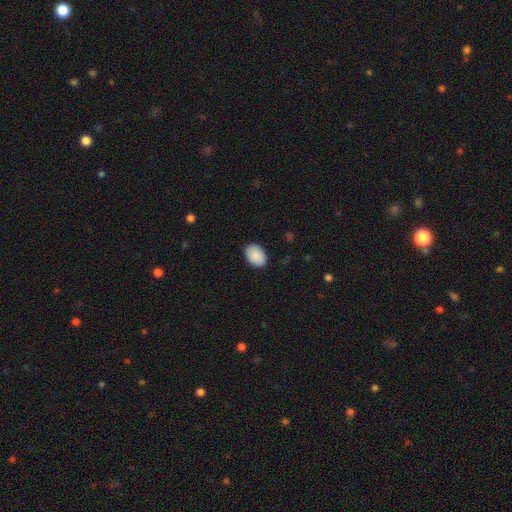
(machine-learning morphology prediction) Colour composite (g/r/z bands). It shows a smooth galaxy with no disk features (90%) that is in between round and cigar-shaped (84%). Merging: none (87%).